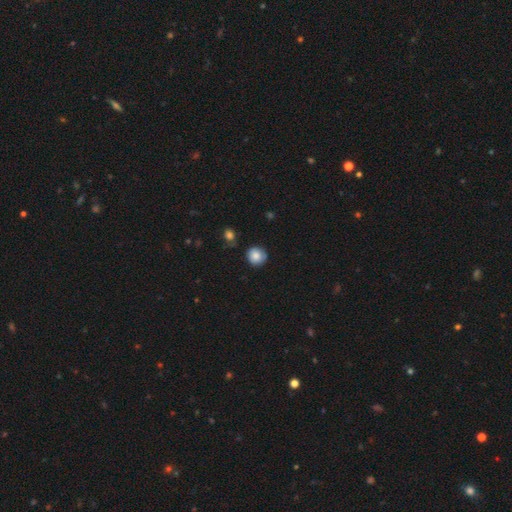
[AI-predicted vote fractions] smooth-or-featured: smooth: 84% | star or artifact: 8% | featured or disk: 8%
  how-rounded: round: 90% | in between: 9% | cigar-shaped: 1%
  merging: none: 82% | minor disturbance: 13% | major disturbance: 3% | merger: 2%